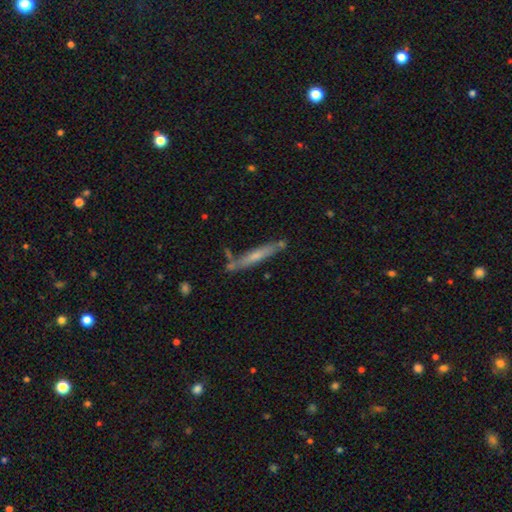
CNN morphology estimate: Q: Smooth or featured?
A: smooth (48%); runner-up: featured or disk (46%)
Q: Merging?
A: none (72%); runner-up: minor disturbance (16%)